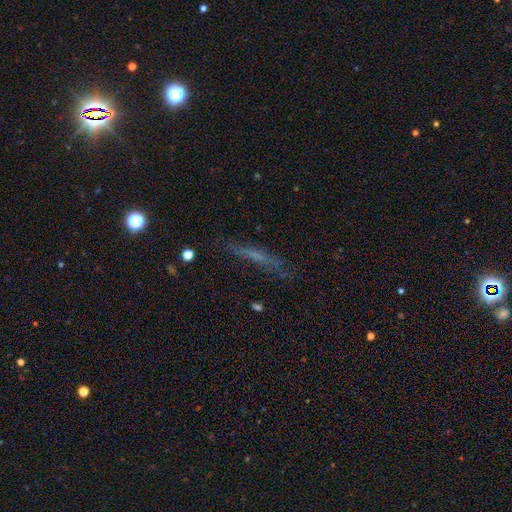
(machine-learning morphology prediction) Overall: featured or disk (43%; smooth 41%). Merging: none (73%).